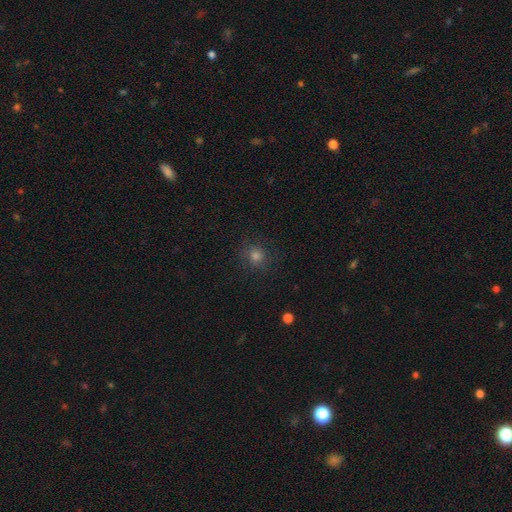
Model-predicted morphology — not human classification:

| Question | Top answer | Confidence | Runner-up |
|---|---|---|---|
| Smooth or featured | smooth | 64% | star or artifact (25%) |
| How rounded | round | 87% | in between (12%) |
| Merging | none | 83% | minor disturbance (11%) |